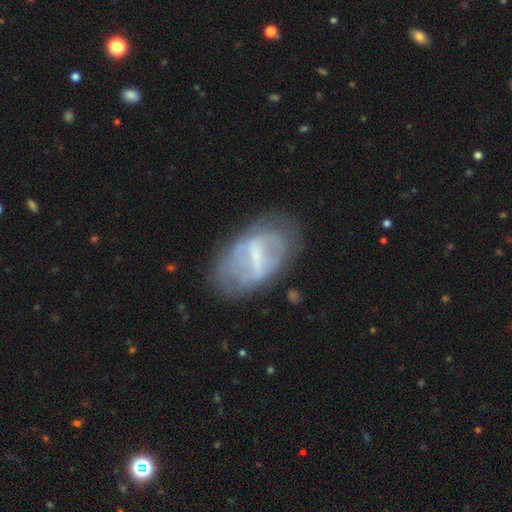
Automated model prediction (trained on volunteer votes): smooth_or_featured: featured or disk (p=0.68) [alt: smooth p=0.24]
disk_edge_on: no (p=0.94) [alt: yes p=0.06]
bar: strong (p=0.50) [alt: weak p=0.39]
has_spiral_arms: no (p=0.53) [alt: yes p=0.47]
bulge_size: small (p=0.44) [alt: none p=0.32]
merging: none (p=0.65) [alt: minor disturbance p=0.21]